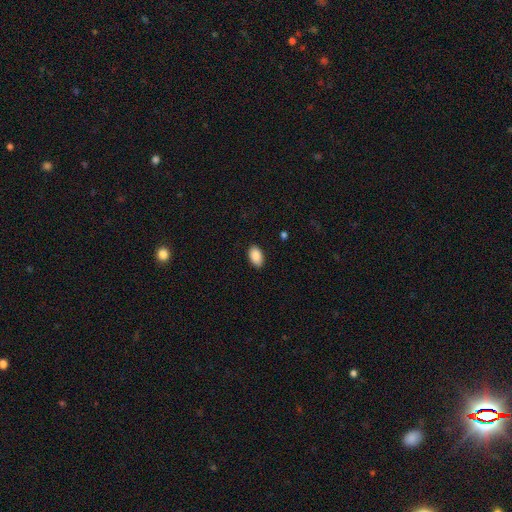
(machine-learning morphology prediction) Smooth or featured? smooth (90%)
How rounded? in between (94%)
Merging? none (88%)